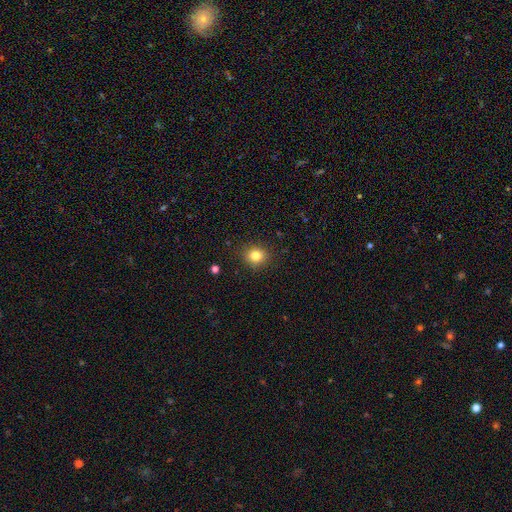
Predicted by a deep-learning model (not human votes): Smooth or featured? smooth (82%)
How rounded? round (80%)
Merging? none (89%)